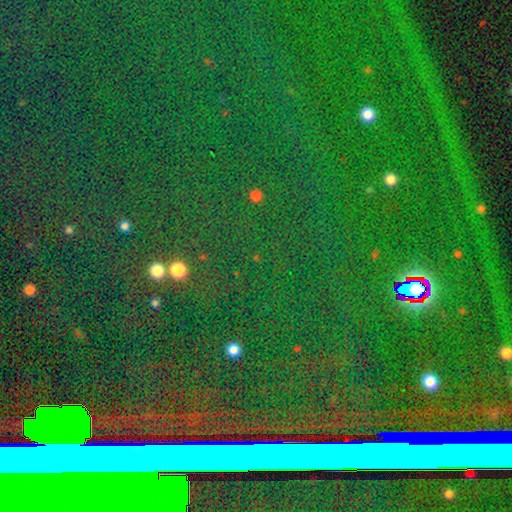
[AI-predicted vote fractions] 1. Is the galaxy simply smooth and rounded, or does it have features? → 78% star or artifact, 14% smooth, 8% featured or disk.